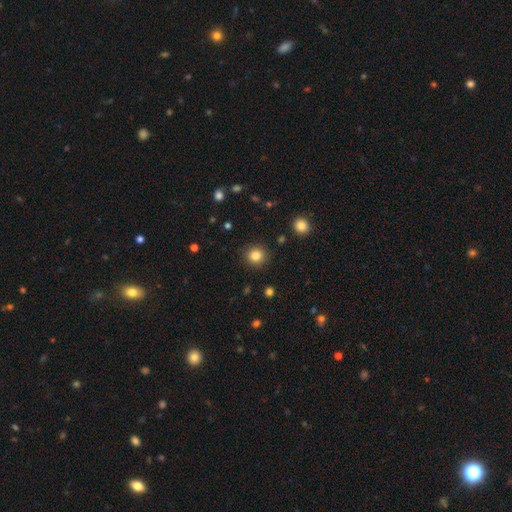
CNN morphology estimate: Smooth or featured? smooth (83%)
How rounded? round (92%)
Merging? none (91%)